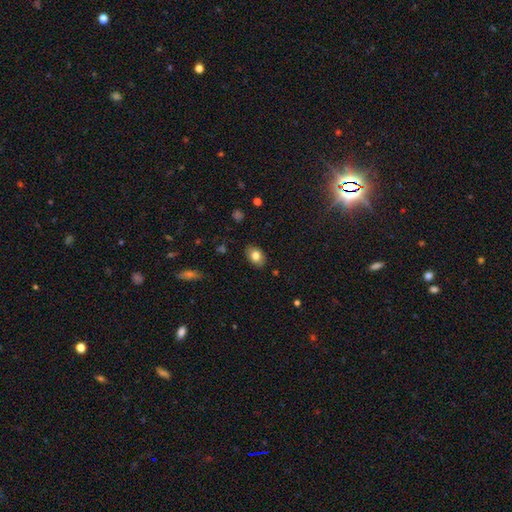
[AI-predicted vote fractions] Smooth or featured: smooth — 80% (featured or disk — 12%)
How rounded: in between — 79% (round — 20%)
Merging: none — 85% (minor disturbance — 12%)